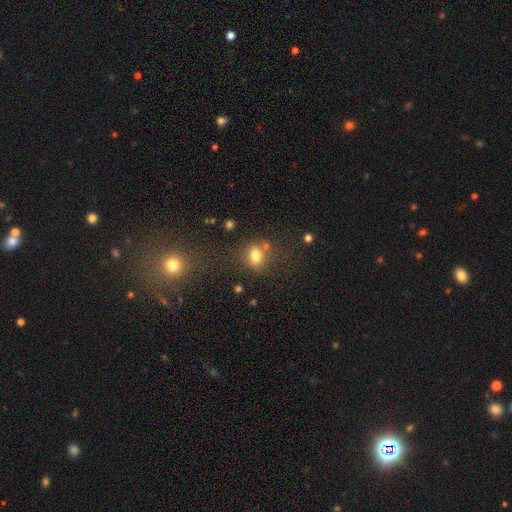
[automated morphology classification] Overall: smooth (75%). How rounded: round (55%; in between 44%). Merging: none (62%).